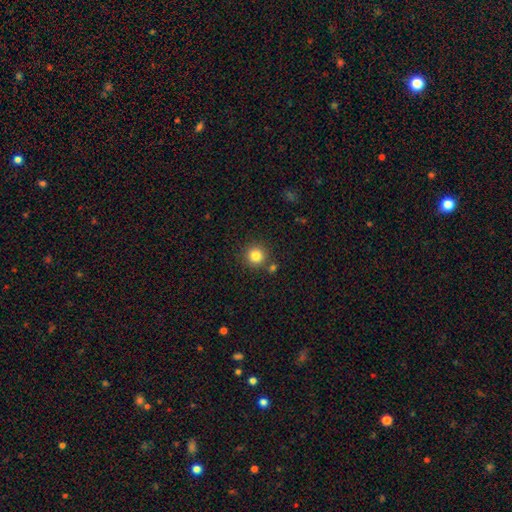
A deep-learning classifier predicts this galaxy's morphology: A smooth galaxy with no disk features (84%) that is round (94%).

Vote fractions:
- Smooth or featured? smooth: 84% / star or artifact: 11% / featured or disk: 5%
- How rounded? round: 94% / in between: 5% / cigar-shaped: 1%
- Merging? none: 83% / merger: 7% / minor disturbance: 7% / major disturbance: 2%